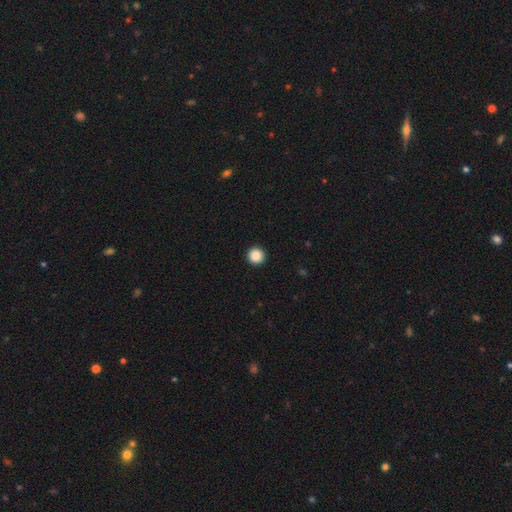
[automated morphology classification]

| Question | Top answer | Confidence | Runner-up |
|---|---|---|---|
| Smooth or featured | smooth | 88% | star or artifact (9%) |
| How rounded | round | 96% | in between (3%) |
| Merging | none | 94% | minor disturbance (4%) |